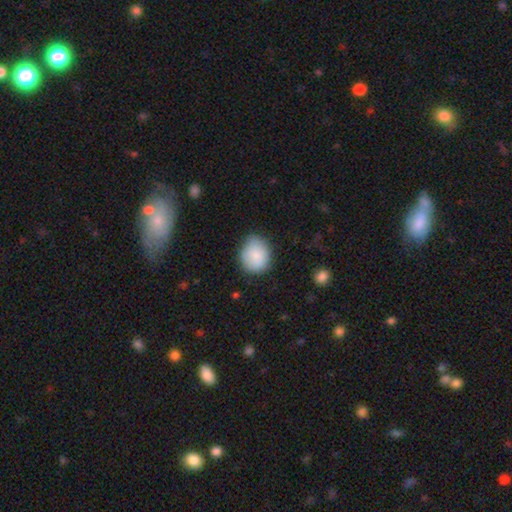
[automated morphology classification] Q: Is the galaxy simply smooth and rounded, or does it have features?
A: smooth — 86%.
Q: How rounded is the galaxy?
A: round — 62%.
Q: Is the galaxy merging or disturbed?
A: none — 70%.